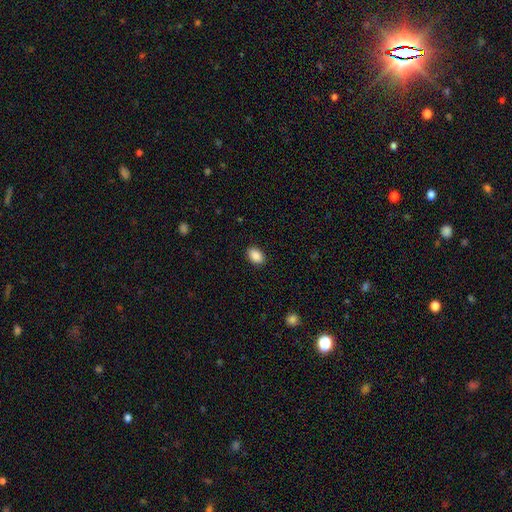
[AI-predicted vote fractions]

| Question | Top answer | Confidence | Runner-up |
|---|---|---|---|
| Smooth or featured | smooth | 89% | star or artifact (8%) |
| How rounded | in between | 84% | round (15%) |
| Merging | none | 90% | minor disturbance (8%) |